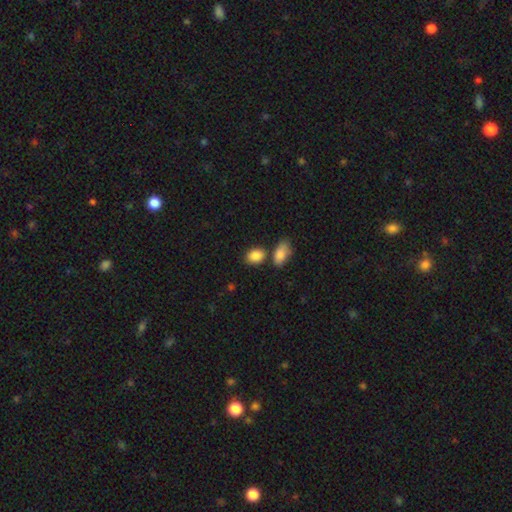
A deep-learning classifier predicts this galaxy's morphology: This appears to be a smooth galaxy with no disk features (87%) that is in between round and cigar-shaped (69%). Merging: none (65%).